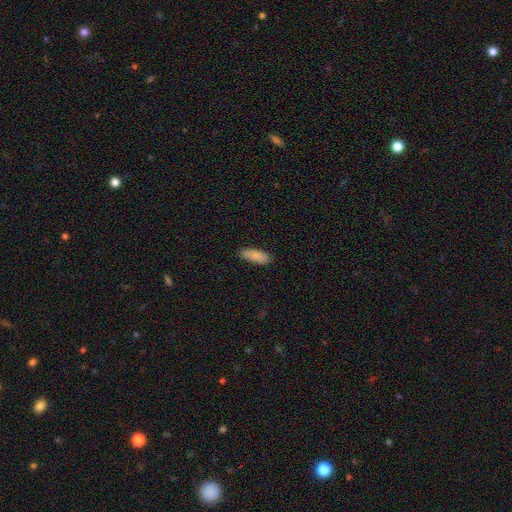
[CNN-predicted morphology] smooth-or-featured: smooth: 86% | featured or disk: 8% | star or artifact: 6%
  how-rounded: in between: 72% | cigar-shaped: 27% | round: 2%
  merging: none: 84% | minor disturbance: 13% | major disturbance: 2% | merger: 1%